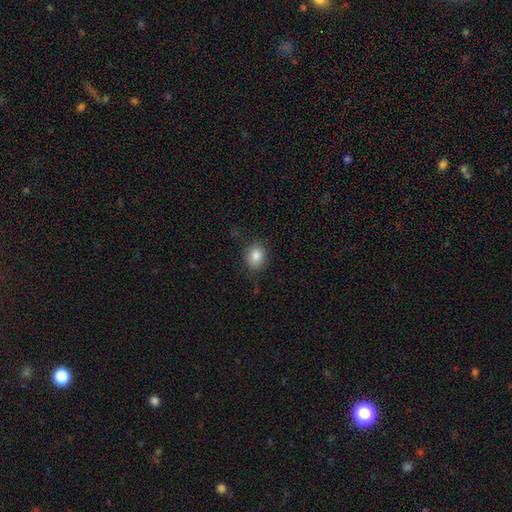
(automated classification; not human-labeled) smooth 84%, star or artifact 9%, featured or disk 7%. Down the decision tree: how rounded — in between (50%); merging — none (84%).